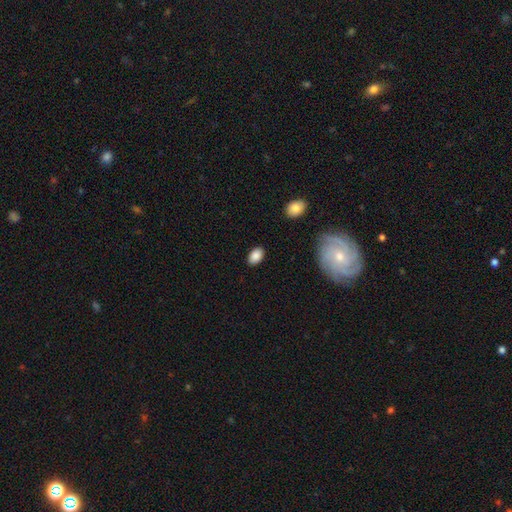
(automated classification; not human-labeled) Q: Smooth or featured?
A: smooth (88%); runner-up: star or artifact (8%)
Q: How rounded?
A: in between (90%); runner-up: round (9%)
Q: Merging?
A: none (87%); runner-up: minor disturbance (9%)